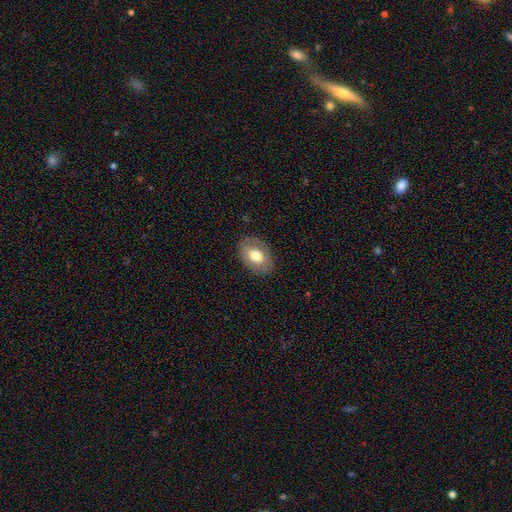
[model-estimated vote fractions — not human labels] Smooth or featured: smooth — 70% (featured or disk — 23%)
How rounded: in between — 84% (round — 15%)
Merging: none — 85% (minor disturbance — 11%)